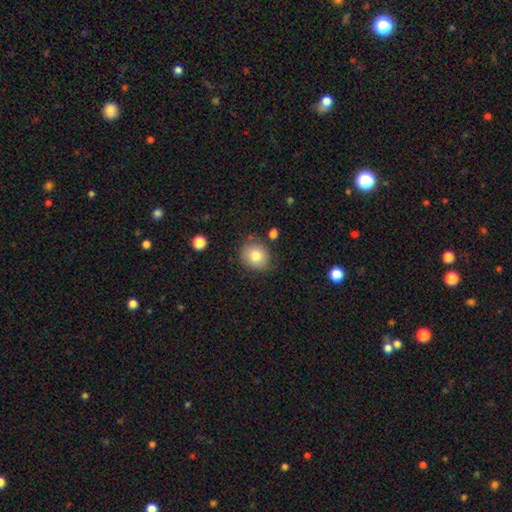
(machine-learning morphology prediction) A smooth galaxy with no disk features (80%) that is round (81%). Merging: none (81%).